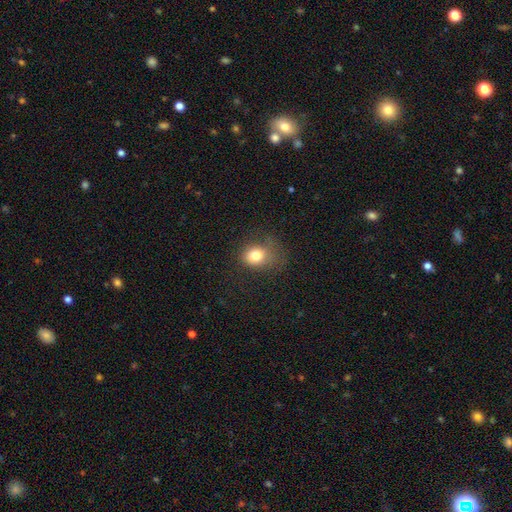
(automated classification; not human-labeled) smooth 78%, star or artifact 12%, featured or disk 10%. Down the decision tree: how rounded — round (54%); merging — none (54%).